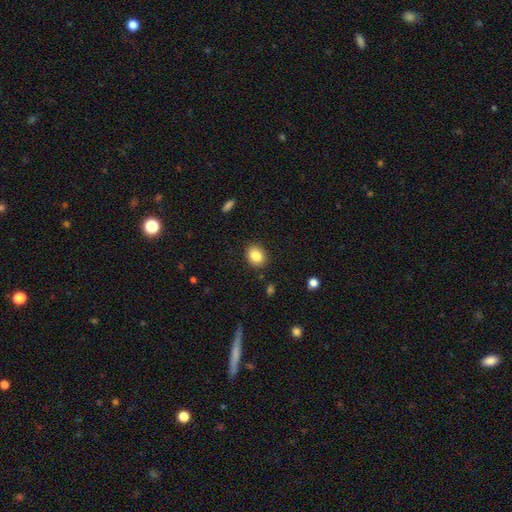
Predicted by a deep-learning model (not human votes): Smooth or featured: smooth — 86% (star or artifact — 9%)
How rounded: round — 51% (in between — 48%)
Merging: none — 88% (minor disturbance — 9%)